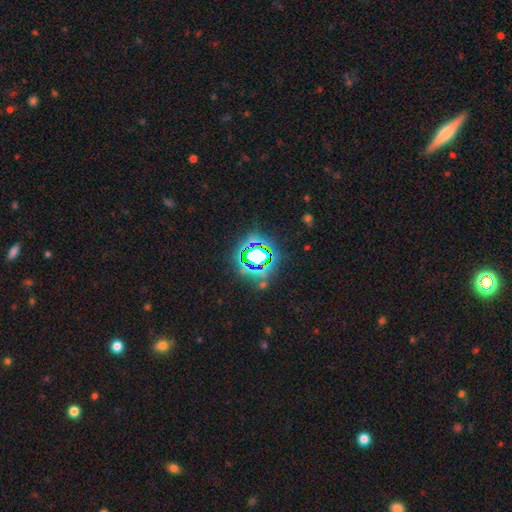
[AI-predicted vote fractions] A star or artifact, not a galaxy (71%).

Vote fractions:
- Smooth or featured? star or artifact: 71% / smooth: 16% / featured or disk: 12%